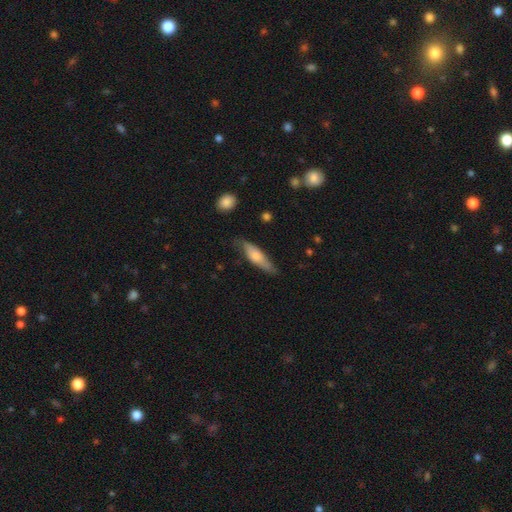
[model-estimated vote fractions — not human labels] A smooth galaxy with no disk features (63%) that is cigar-shaped (56%).

Vote fractions:
- Smooth or featured? smooth: 63% / featured or disk: 31% / star or artifact: 6%
- How rounded? cigar-shaped: 56% / in between: 41% / round: 2%
- Merging? none: 67% / minor disturbance: 25% / major disturbance: 6% / merger: 2%